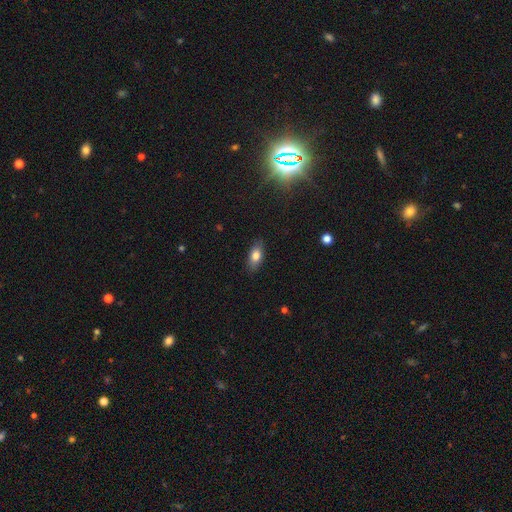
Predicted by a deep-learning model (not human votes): Morphology: type=smooth (79%); roundness=in between (87%); merging=none (86%).